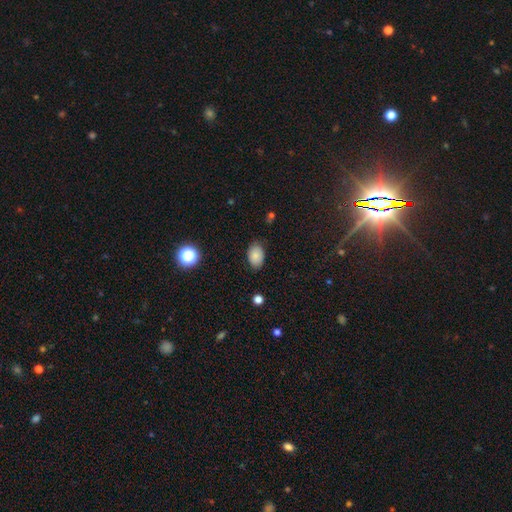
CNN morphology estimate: Smooth or featured: smooth — 85% (star or artifact — 9%)
How rounded: in between — 87% (round — 12%)
Merging: none — 82% (minor disturbance — 14%)